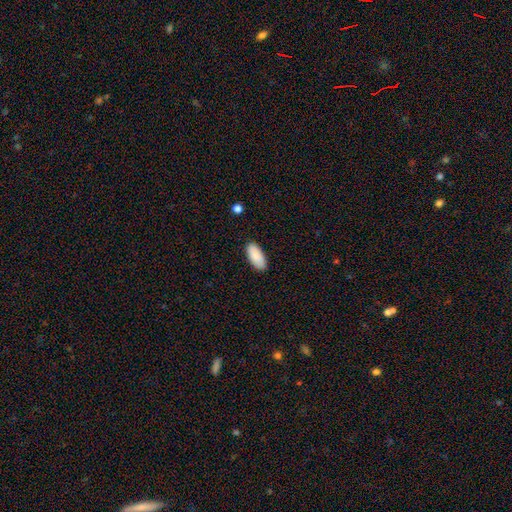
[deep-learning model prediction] The model was most divided on "how rounded": in between: 89%, cigar-shaped: 10%, round: 2%. More confident: smooth or featured — smooth (90%); merging — none (89%).